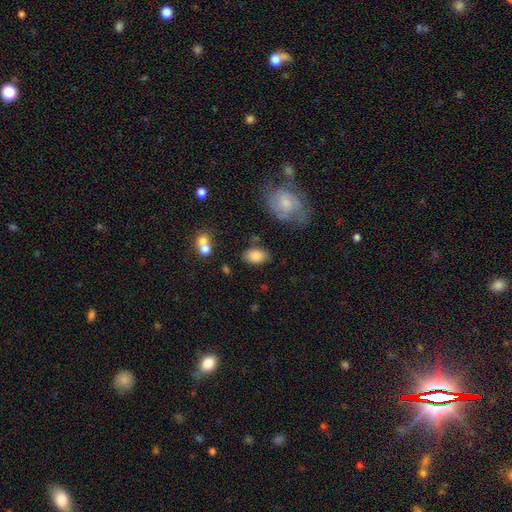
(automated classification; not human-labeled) A smooth galaxy with no disk features (84%) that is in between round and cigar-shaped (89%).

Vote fractions:
- Smooth or featured? smooth: 84% / featured or disk: 8% / star or artifact: 7%
- How rounded? in between: 89% / round: 10% / cigar-shaped: 1%
- Merging? none: 75% / minor disturbance: 15% / merger: 5% / major disturbance: 4%